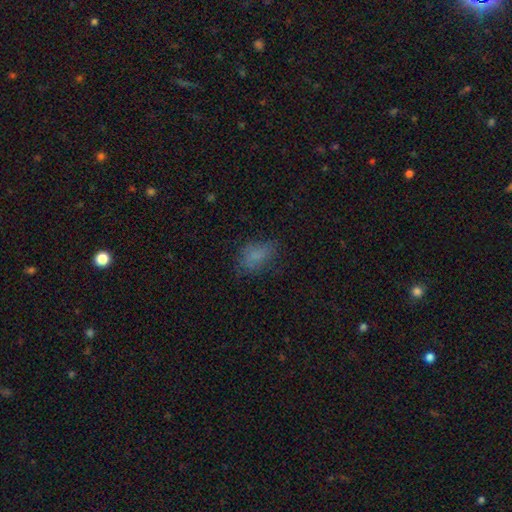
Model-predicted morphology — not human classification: Smooth or featured?
  - smooth: 75% *
  - star or artifact: 14%
  - featured or disk: 11%
How rounded?
  - in between: 84% *
  - round: 13%
  - cigar-shaped: 3%
Merging?
  - none: 63% *
  - minor disturbance: 24%
  - major disturbance: 12%
  - merger: 2%